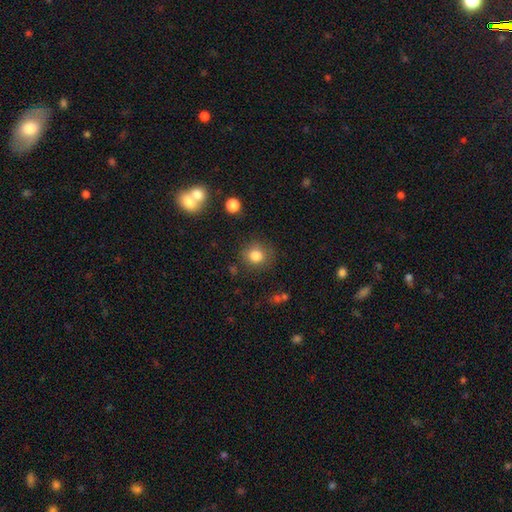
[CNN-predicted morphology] smooth-or-featured: smooth: 82% | star or artifact: 11% | featured or disk: 7%
  how-rounded: round: 85% | in between: 14% | cigar-shaped: 1%
  merging: none: 81% | minor disturbance: 12% | major disturbance: 4% | merger: 3%